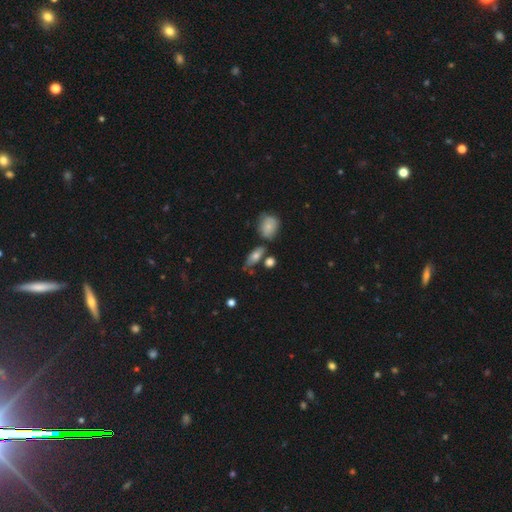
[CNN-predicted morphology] A smooth galaxy with no disk features (70%) that is in between round and cigar-shaped (73%). Merging: none (59%).